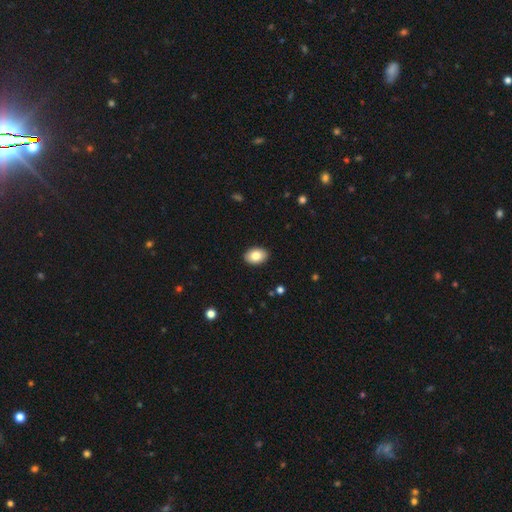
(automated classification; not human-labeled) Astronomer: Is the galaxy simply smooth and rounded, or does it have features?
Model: smooth — 83%.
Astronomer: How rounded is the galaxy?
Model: in between — 84%.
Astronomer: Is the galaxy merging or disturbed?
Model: none — 91%.